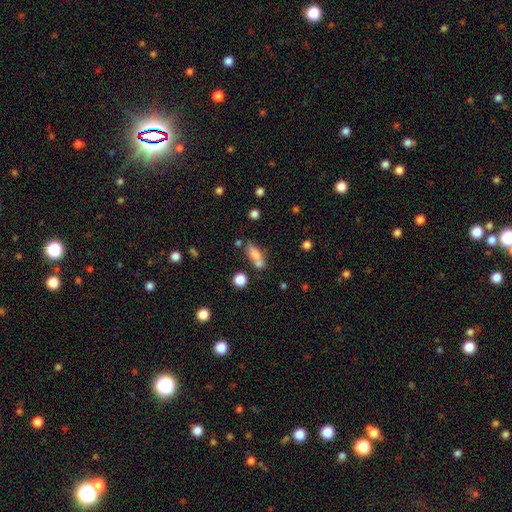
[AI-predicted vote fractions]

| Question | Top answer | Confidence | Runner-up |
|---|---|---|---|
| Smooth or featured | smooth | 72% | featured or disk (18%) |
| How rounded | in between | 63% | cigar-shaped (31%) |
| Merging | none | 54% | merger (24%) |